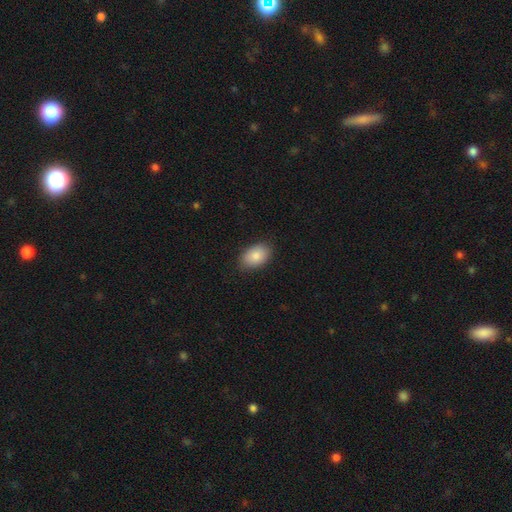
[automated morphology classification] smooth_or_featured: smooth (p=0.84) [alt: featured or disk p=0.09]
how_rounded: in between (p=0.86) [alt: round p=0.13]
merging: none (p=0.85) [alt: minor disturbance p=0.11]